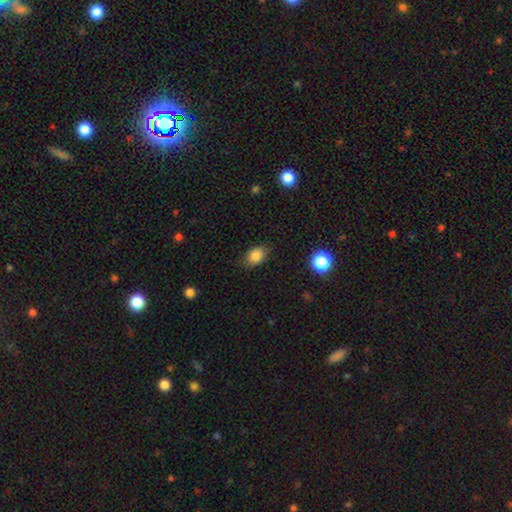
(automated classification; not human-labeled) This is clearly a smooth galaxy (85%). How rounded: likely in between (78%). Merging: likely none (78%).